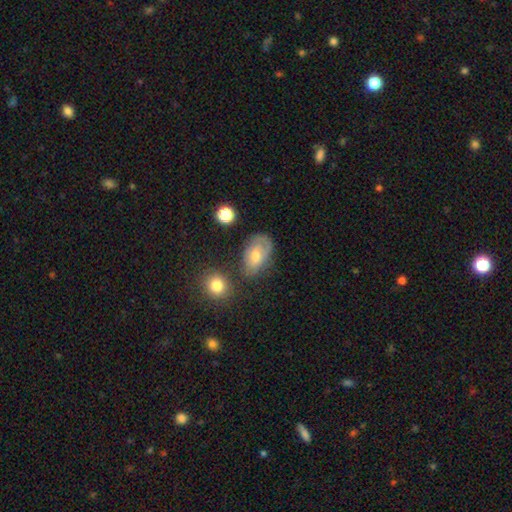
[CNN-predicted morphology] smooth-or-featured: smooth: 54% | featured or disk: 36% | star or artifact: 10%
  how-rounded: in between: 84% | round: 14% | cigar-shaped: 2%
  merging: none: 56% | minor disturbance: 27% | major disturbance: 11% | merger: 6%